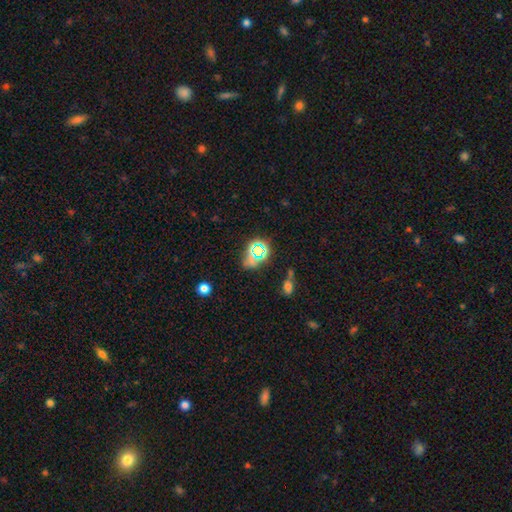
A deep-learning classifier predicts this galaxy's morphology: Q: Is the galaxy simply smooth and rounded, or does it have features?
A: star or artifact — 54%.